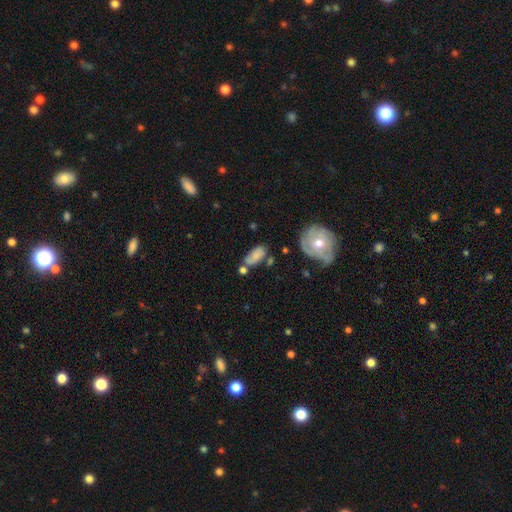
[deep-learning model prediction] smooth_or_featured: smooth (p=0.67) [alt: featured or disk p=0.24]
how_rounded: in between (p=0.86) [alt: cigar-shaped p=0.08]
merging: none (p=0.51) [alt: minor disturbance p=0.25]